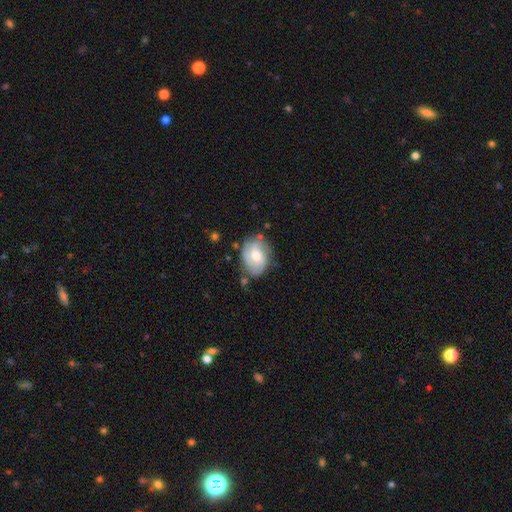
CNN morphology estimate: A featured or disk galaxy (69%) with no bar (60%), 2 (36%) tight (47%) spiral arms (90%) and a moderate central bulge (66%). Merging: none (64%).